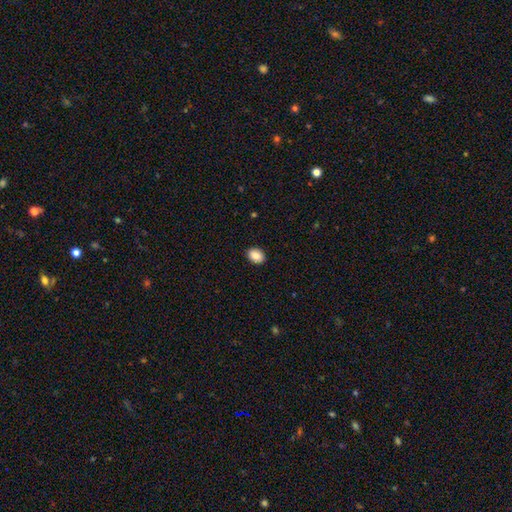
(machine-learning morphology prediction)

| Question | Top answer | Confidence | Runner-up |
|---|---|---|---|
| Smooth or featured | smooth | 89% | star or artifact (8%) |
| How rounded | in between | 68% | round (31%) |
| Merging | none | 90% | minor disturbance (7%) |